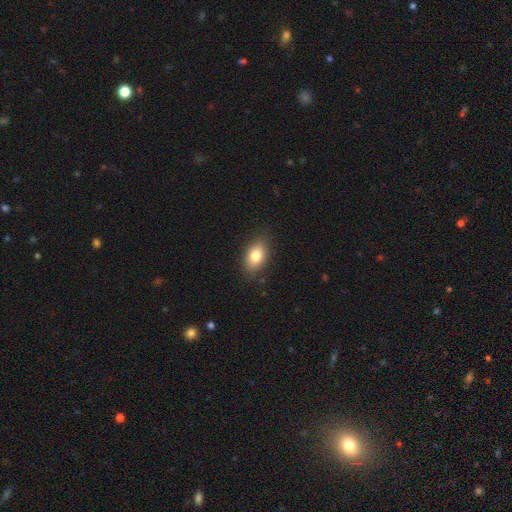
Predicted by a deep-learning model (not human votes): Smooth or featured? Predicted: smooth (p=0.82). How rounded? Predicted: in between (p=0.88). Merging? Predicted: none (p=0.84).